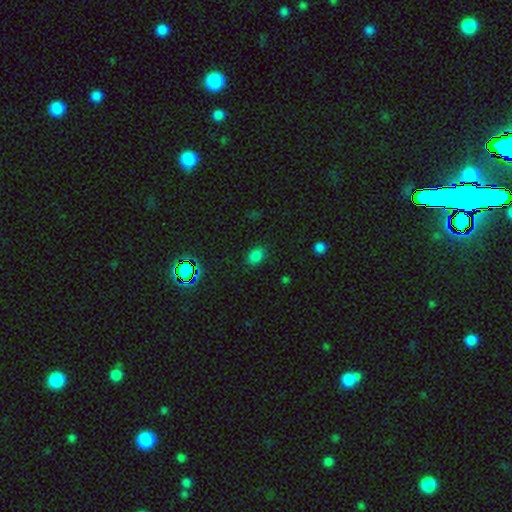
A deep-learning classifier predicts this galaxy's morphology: type=smooth (75%); roundness=in between (75%); merging=none (83%).